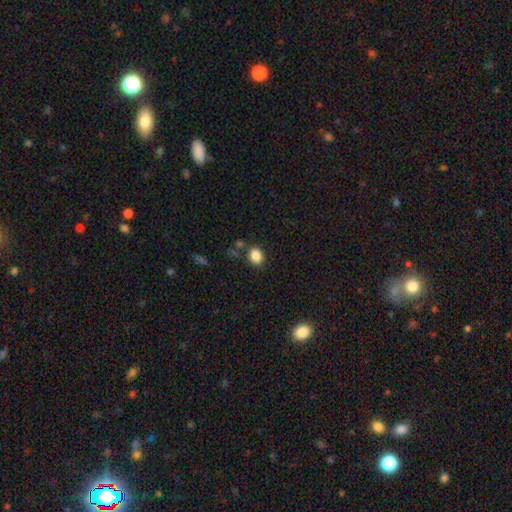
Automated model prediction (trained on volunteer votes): Smooth or featured?
  - smooth: 86% *
  - star or artifact: 10%
  - featured or disk: 4%
How rounded?
  - round: 50% *
  - in between: 49%
  - cigar-shaped: 1%
Merging?
  - none: 79% *
  - minor disturbance: 11%
  - merger: 7%
  - major disturbance: 4%